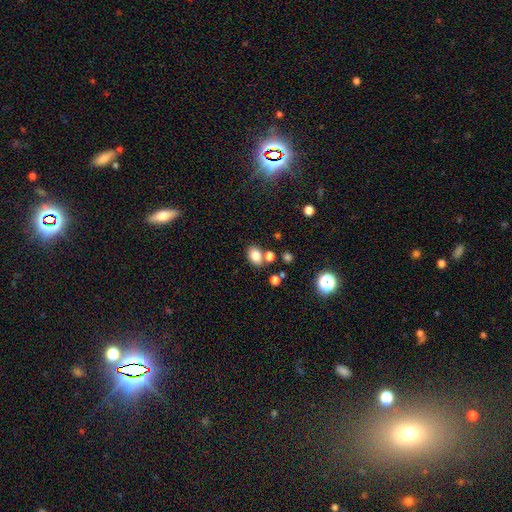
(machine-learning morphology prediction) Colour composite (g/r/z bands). It shows a smooth galaxy with no disk features (81%) that is in between round and cigar-shaped (75%). Merging: none (70%).